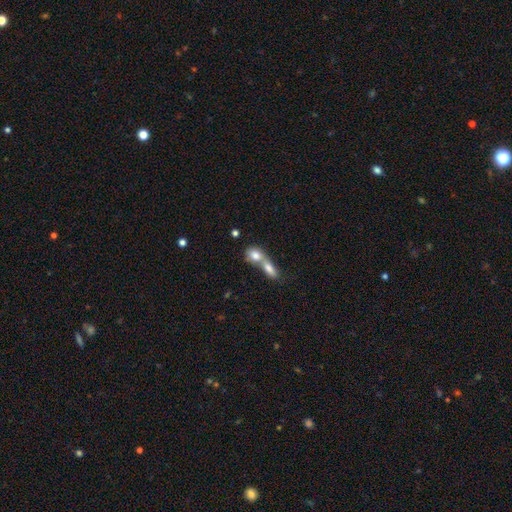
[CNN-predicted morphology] Smooth or featured? smooth (77%)
How rounded? in between (60%)
Merging? merger (74%)